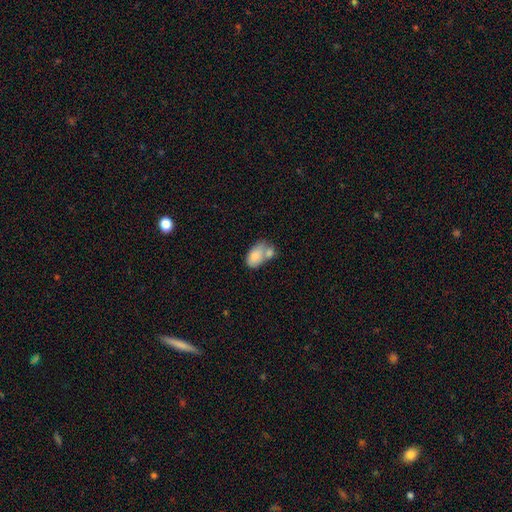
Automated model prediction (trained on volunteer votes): Smooth or featured? Predicted: smooth (p=0.77). How rounded? Predicted: in between (p=0.89). Merging? Predicted: merger (p=0.54).